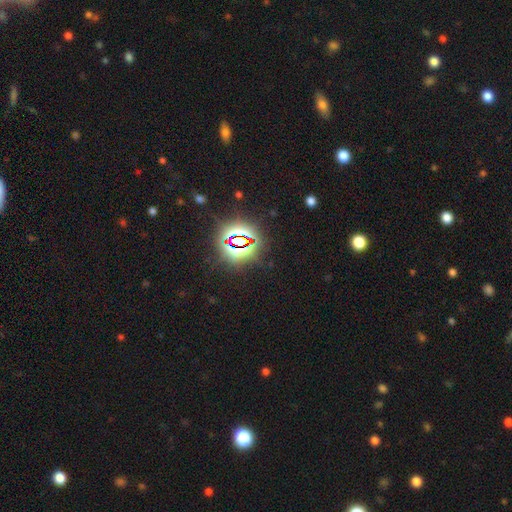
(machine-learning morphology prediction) type=star or artifact (83%).